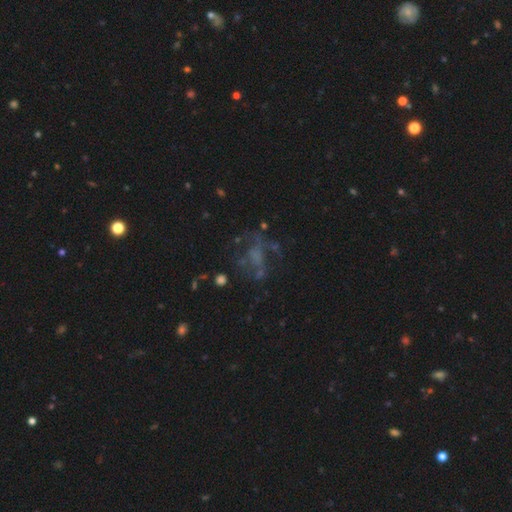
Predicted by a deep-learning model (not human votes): A featured or disk galaxy (49%). Merging: none (48%).